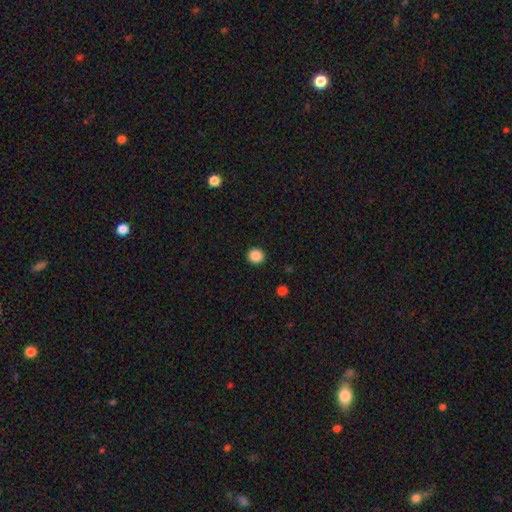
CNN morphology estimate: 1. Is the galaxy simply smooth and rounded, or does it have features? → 87% smooth, 10% star or artifact, 3% featured or disk.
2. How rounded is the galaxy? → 91% round, 8% in between, 1% cigar-shaped.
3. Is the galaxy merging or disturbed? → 93% none, 4% minor disturbance, 2% major disturbance, 1% merger.